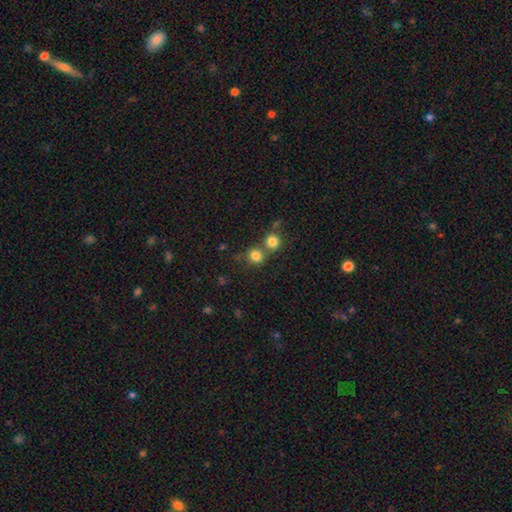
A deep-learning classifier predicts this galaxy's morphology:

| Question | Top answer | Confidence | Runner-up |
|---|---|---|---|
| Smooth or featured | smooth | 81% | star or artifact (12%) |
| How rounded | round | 84% | in between (15%) |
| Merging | none | 55% | merger (34%) |